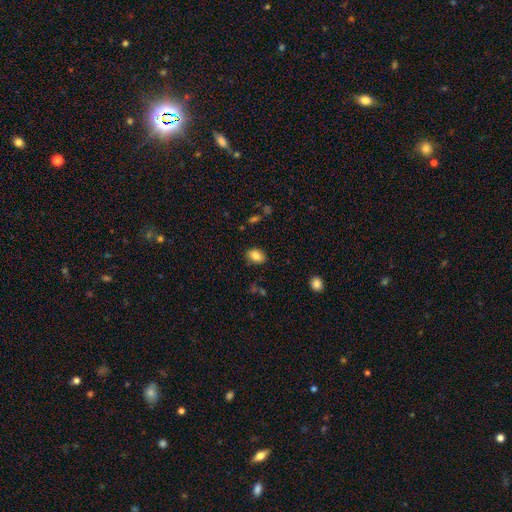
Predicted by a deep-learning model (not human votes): Smooth or featured?
  - smooth: 83% *
  - star or artifact: 9%
  - featured or disk: 8%
How rounded?
  - in between: 77% *
  - round: 22%
  - cigar-shaped: 1%
Merging?
  - none: 82% *
  - minor disturbance: 13%
  - major disturbance: 3%
  - merger: 2%